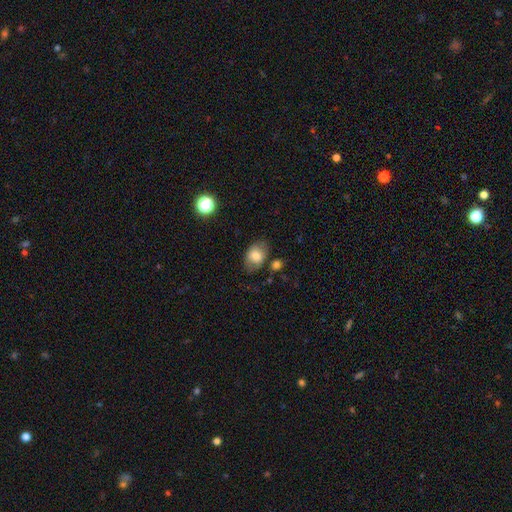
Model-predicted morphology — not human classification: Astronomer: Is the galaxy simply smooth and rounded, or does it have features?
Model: smooth — 75%.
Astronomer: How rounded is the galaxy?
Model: in between — 81%.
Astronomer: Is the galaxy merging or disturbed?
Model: none — 73%.